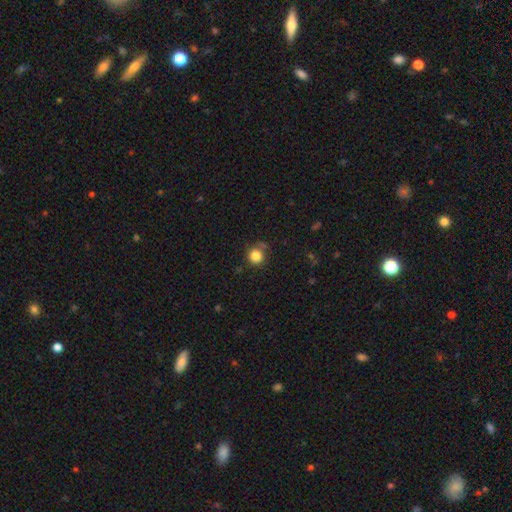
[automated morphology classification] type=smooth (83%); roundness=round (92%); merging=none (74%).